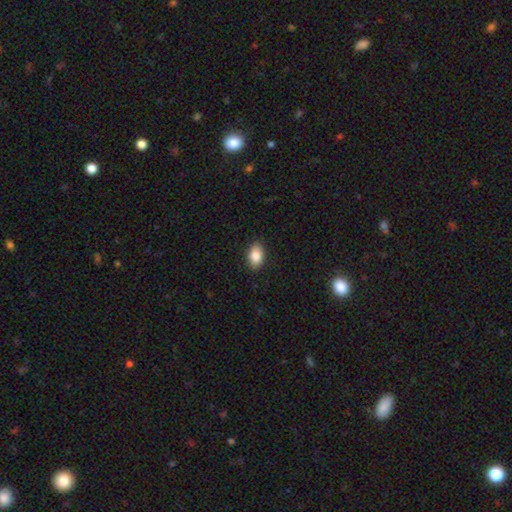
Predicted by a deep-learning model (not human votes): Smooth or featured?
  - smooth: 87% *
  - star or artifact: 8%
  - featured or disk: 6%
How rounded?
  - in between: 89% *
  - round: 9%
  - cigar-shaped: 2%
Merging?
  - none: 89% *
  - minor disturbance: 9%
  - major disturbance: 2%
  - merger: 1%